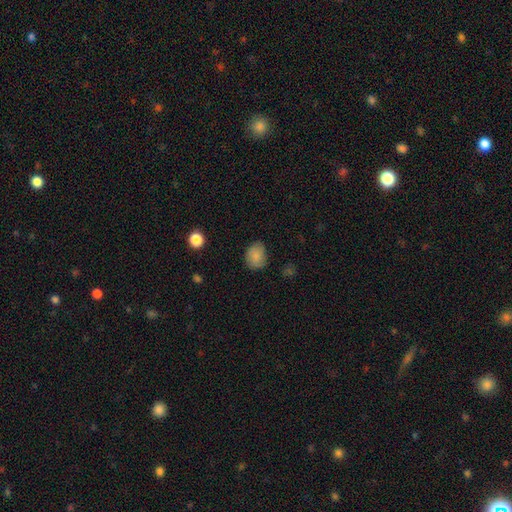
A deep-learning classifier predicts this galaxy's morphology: This appears to be a smooth galaxy with no disk features (84%) that is in between round and cigar-shaped (50%). Merging: none (73%).